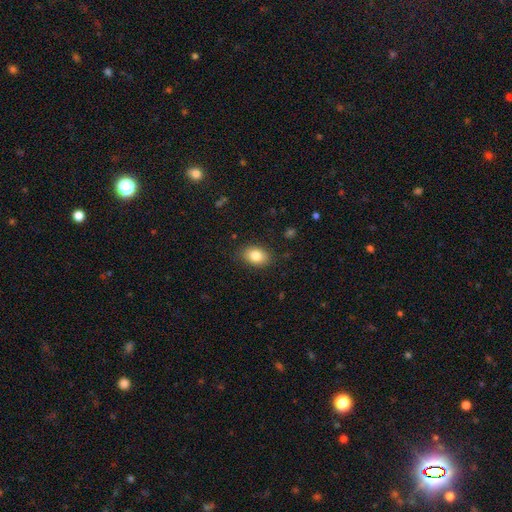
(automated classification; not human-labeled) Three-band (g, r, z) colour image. It shows a smooth galaxy with no disk features (83%) that is in between round and cigar-shaped (81%). Merging: none (87%).